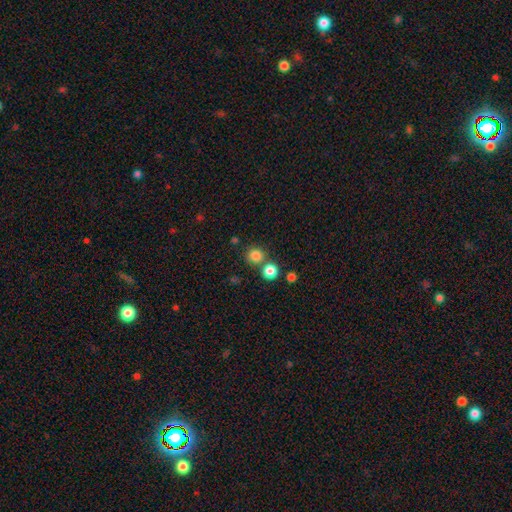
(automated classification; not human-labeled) Smooth or featured?
  - smooth: 82% *
  - star or artifact: 13%
  - featured or disk: 5%
How rounded?
  - round: 91% *
  - in between: 8%
  - cigar-shaped: 1%
Merging?
  - none: 72% *
  - merger: 18%
  - minor disturbance: 7%
  - major disturbance: 3%